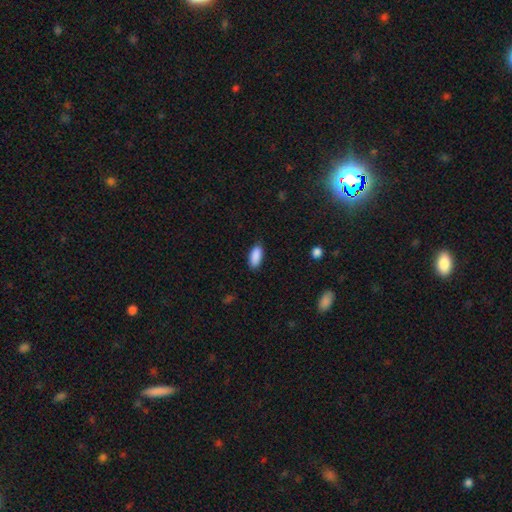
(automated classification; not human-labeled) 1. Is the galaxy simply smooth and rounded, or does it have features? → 90% smooth, 7% star or artifact, 3% featured or disk.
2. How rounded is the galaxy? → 87% in between, 11% cigar-shaped, 2% round.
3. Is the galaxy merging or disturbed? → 86% none, 10% minor disturbance, 2% major disturbance, 1% merger.